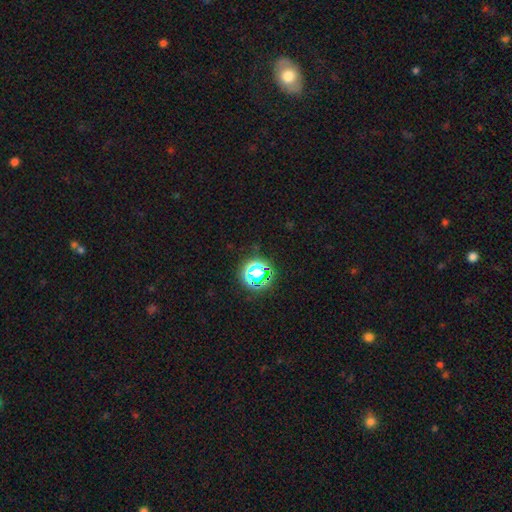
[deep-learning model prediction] Smooth or featured? Predicted: star or artifact (p=0.69).